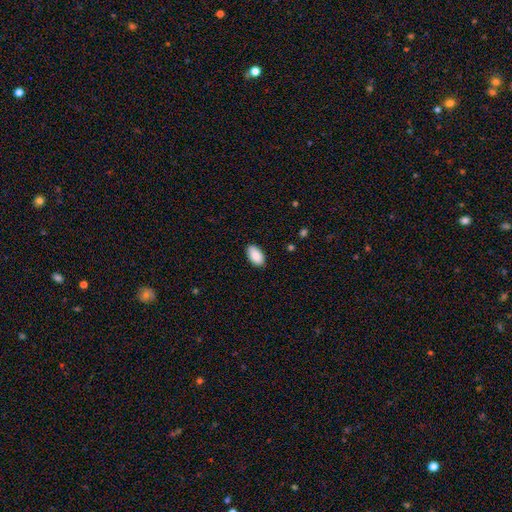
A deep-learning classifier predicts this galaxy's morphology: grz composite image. It shows a smooth galaxy with no disk features (90%) that is in between round and cigar-shaped (95%). Merging: none (88%).